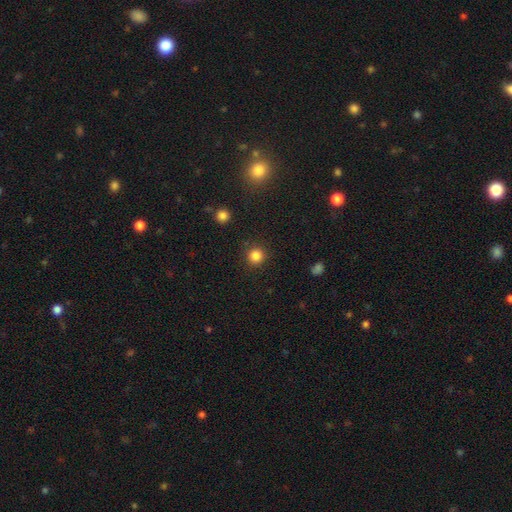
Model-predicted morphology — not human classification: smooth-or-featured: smooth: 84% | star or artifact: 12% | featured or disk: 4%
  how-rounded: round: 93% | in between: 6% | cigar-shaped: 1%
  merging: none: 91% | minor disturbance: 6% | major disturbance: 2% | merger: 1%